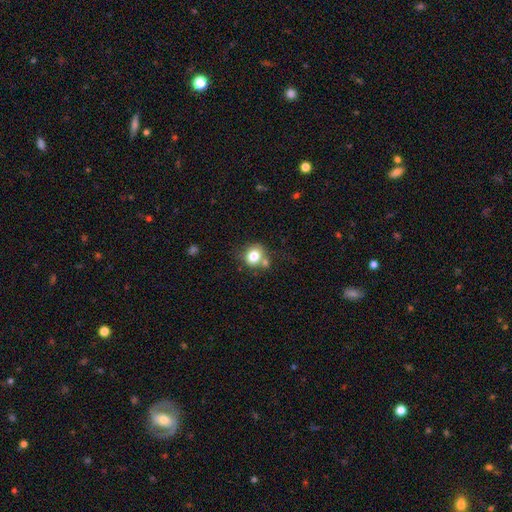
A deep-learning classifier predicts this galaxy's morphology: A smooth galaxy with no disk features (78%) that is round (70%). Merging: none (61%).